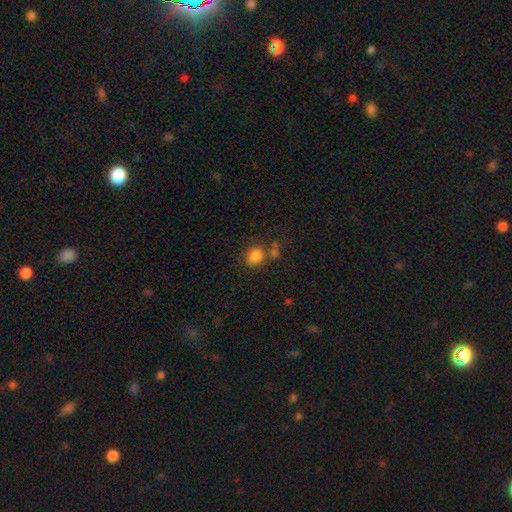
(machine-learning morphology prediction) Smooth or featured?
  - smooth: 83% *
  - star or artifact: 11%
  - featured or disk: 6%
How rounded?
  - round: 69% *
  - in between: 30%
  - cigar-shaped: 1%
Merging?
  - none: 61% *
  - merger: 18%
  - minor disturbance: 14%
  - major disturbance: 7%